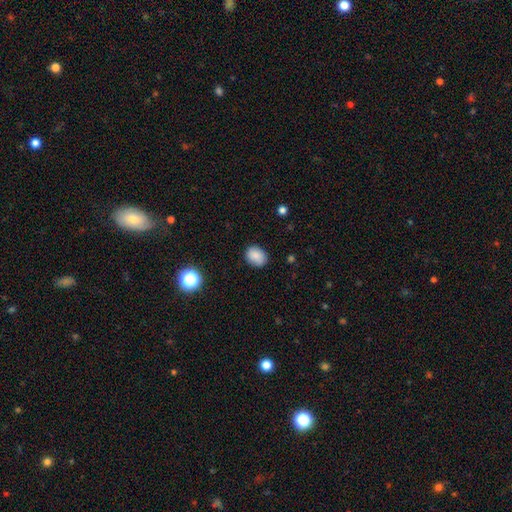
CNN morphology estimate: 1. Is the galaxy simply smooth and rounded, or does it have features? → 86% smooth, 9% star or artifact, 5% featured or disk.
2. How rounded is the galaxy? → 63% in between, 36% round, 1% cigar-shaped.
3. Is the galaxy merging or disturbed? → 83% none, 13% minor disturbance, 3% major disturbance, 1% merger.